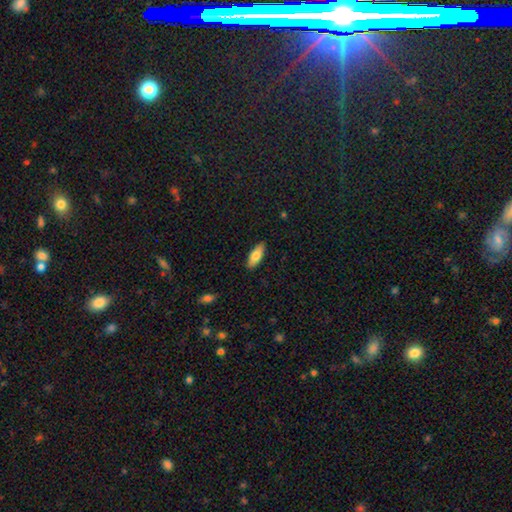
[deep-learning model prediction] smooth 78%, featured or disk 16%, star or artifact 6%. Down the decision tree: how rounded — in between (77%); merging — none (88%).